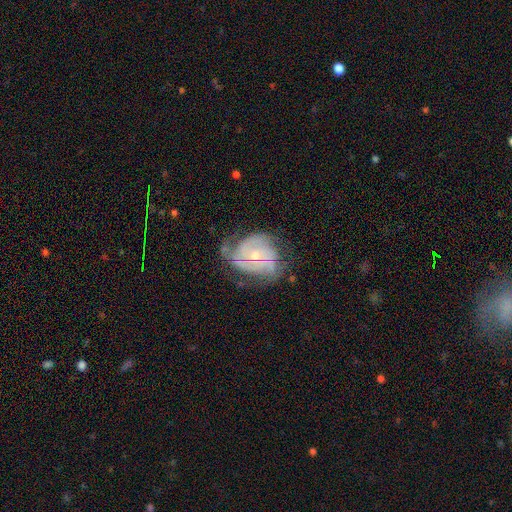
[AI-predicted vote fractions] This is clearly a featured or disk galaxy (83%). It is clearly not viewed edge-on (98%). Bar: likely no (63%). Spiral arm pattern: clearly yes (93%). Spiral arm count: marginally 3 (30%). Spiral winding: possibly tight (55%). Central bulge: likely small (64%). Merging: possibly none (56%).